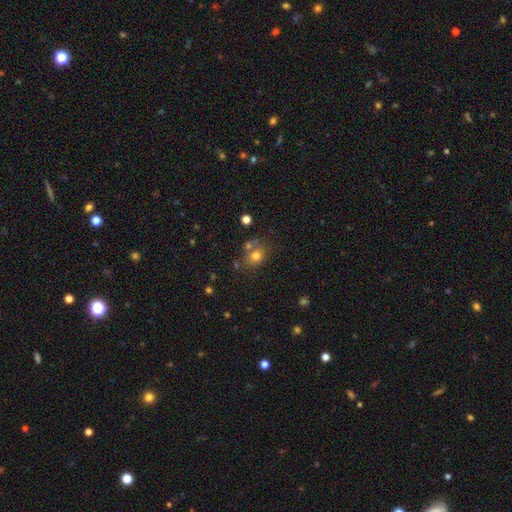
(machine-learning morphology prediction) Smooth or featured? Predicted: smooth (p=0.73). How rounded? Predicted: round (p=0.64). Merging? Predicted: none (p=0.58).